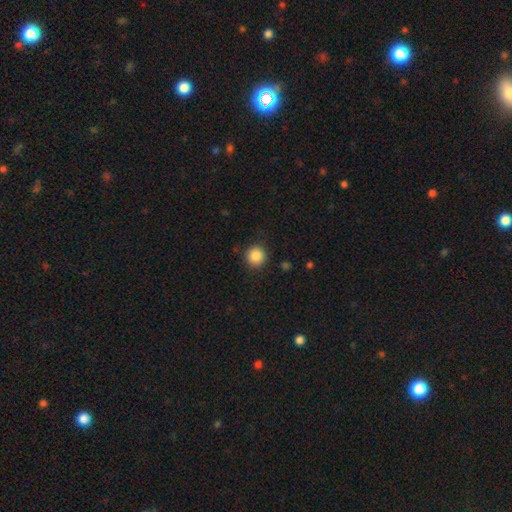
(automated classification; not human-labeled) smooth 87%, star or artifact 10%, featured or disk 4%. Down the decision tree: how rounded — round (93%); merging — none (89%).